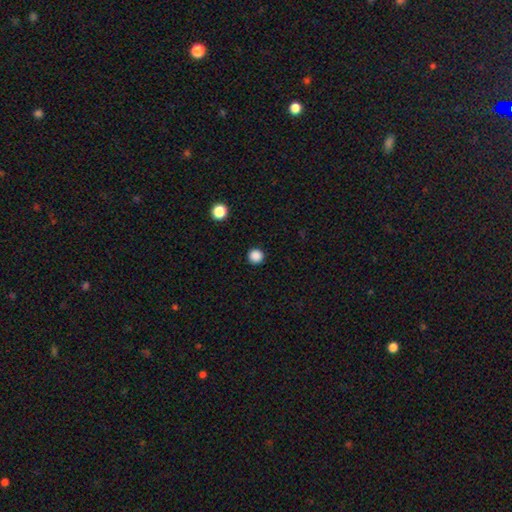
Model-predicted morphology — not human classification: A smooth galaxy with no disk features (87%) that is round (96%). Merging: none (93%).